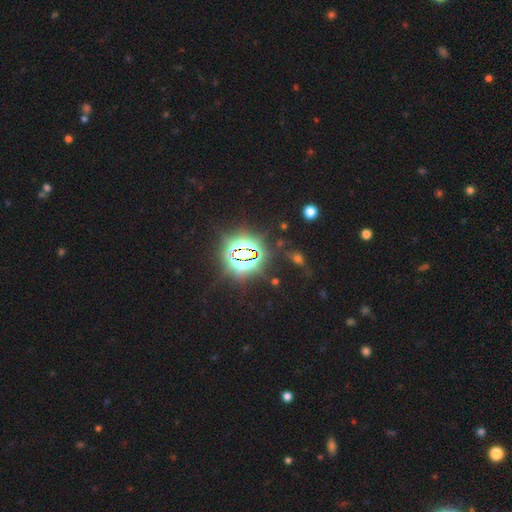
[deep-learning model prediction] A star or artifact, not a galaxy (82%).